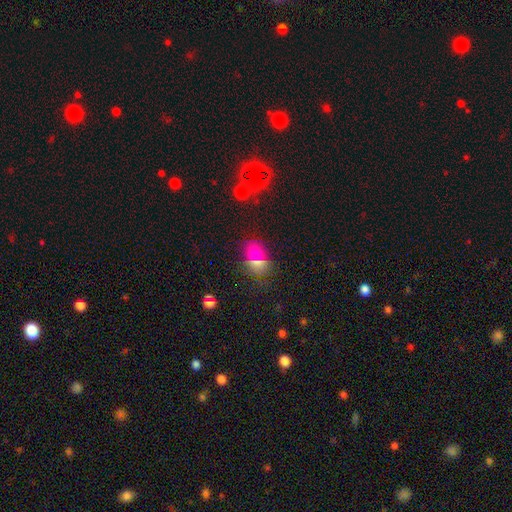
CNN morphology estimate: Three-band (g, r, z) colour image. It shows a smooth galaxy with no disk features (64%) that is in between round and cigar-shaped (69%). Merging: none (74%).